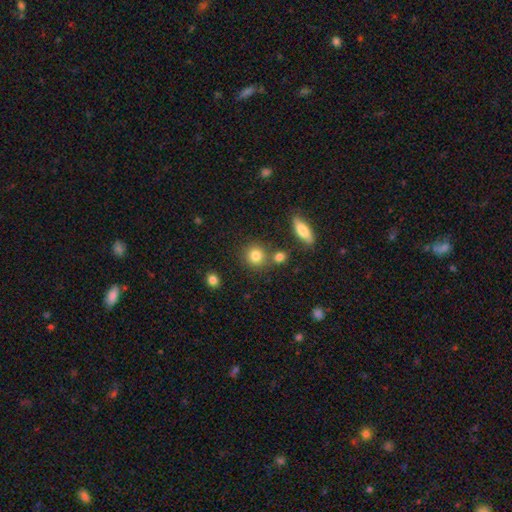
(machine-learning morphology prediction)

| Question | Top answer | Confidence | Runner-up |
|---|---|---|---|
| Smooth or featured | smooth | 82% | star or artifact (11%) |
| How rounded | round | 85% | in between (14%) |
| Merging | none | 73% | merger (14%) |